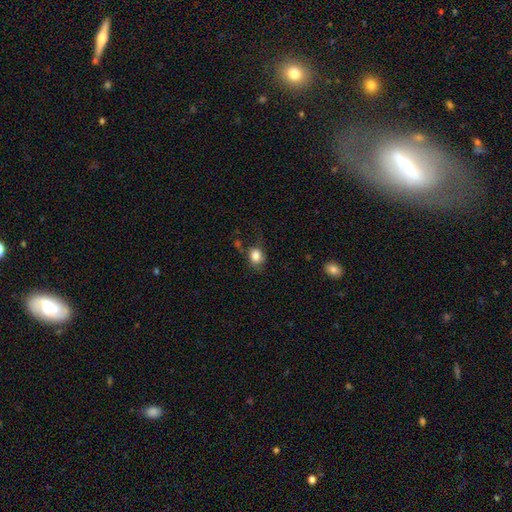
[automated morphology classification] smooth 83%, star or artifact 9%, featured or disk 8%. Down the decision tree: how rounded — round (55%); merging — none (56%).